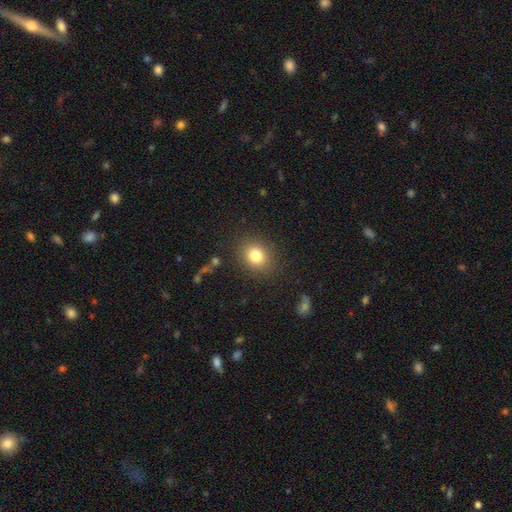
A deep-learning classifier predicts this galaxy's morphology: This appears to be a smooth galaxy with no disk features (81%) that is round (66%). Merging: none (85%).